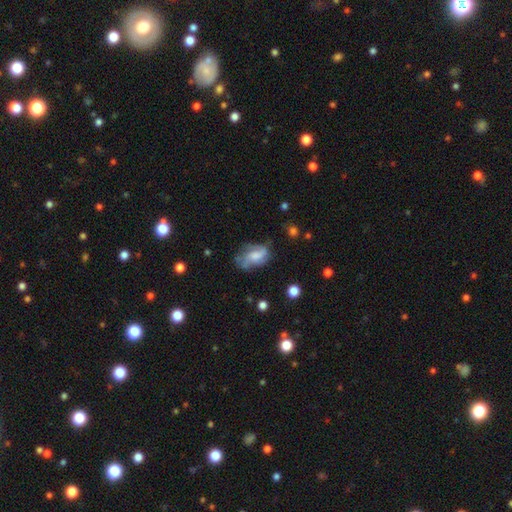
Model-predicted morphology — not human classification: The model was most divided on "smooth or featured": featured or disk: 51%, smooth: 40%, star or artifact: 9%. Remaining: edge-on disk — no (95%); merging — none (46%).